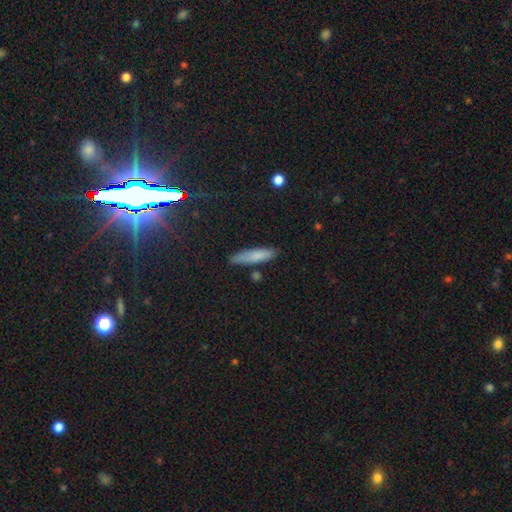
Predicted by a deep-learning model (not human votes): A smooth galaxy with no disk features (78%) that is cigar-shaped (78%). Merging: none (82%).